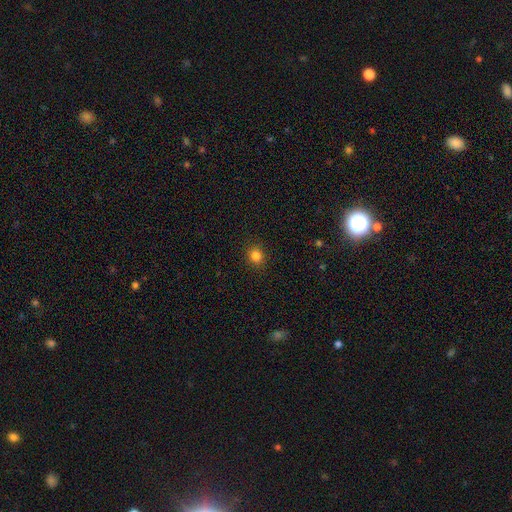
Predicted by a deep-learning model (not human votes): smooth-or-featured: smooth: 83% | star or artifact: 13% | featured or disk: 4%
  how-rounded: round: 83% | in between: 16% | cigar-shaped: 1%
  merging: none: 91% | minor disturbance: 6% | major disturbance: 2% | merger: 1%